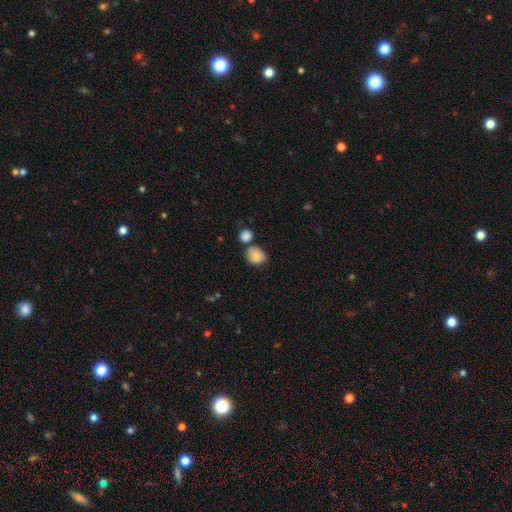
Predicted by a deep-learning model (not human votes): This is clearly a smooth galaxy (85%). How rounded: possibly round (52%). Merging: possibly none (50%).